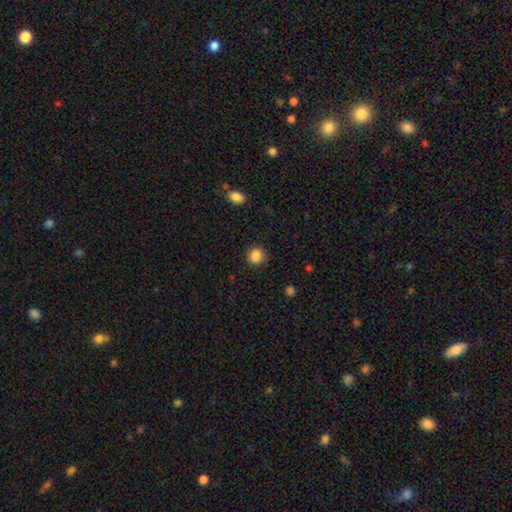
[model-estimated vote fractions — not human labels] This appears to be a smooth galaxy with no disk features (85%) that is round (92%). Merging: none (91%).